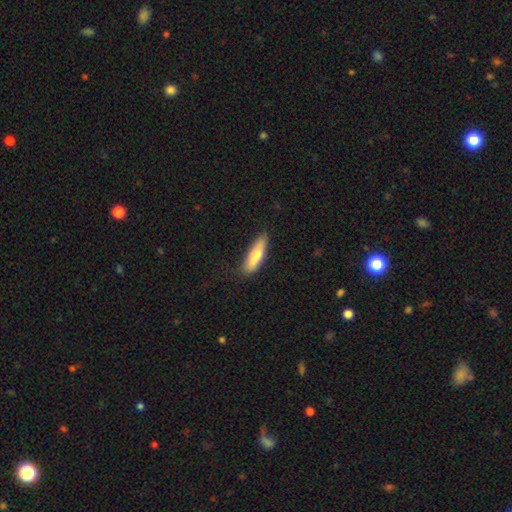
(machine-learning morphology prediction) This is likely a smooth galaxy (77%). How rounded: likely cigar-shaped (64%). Merging: likely none (75%).